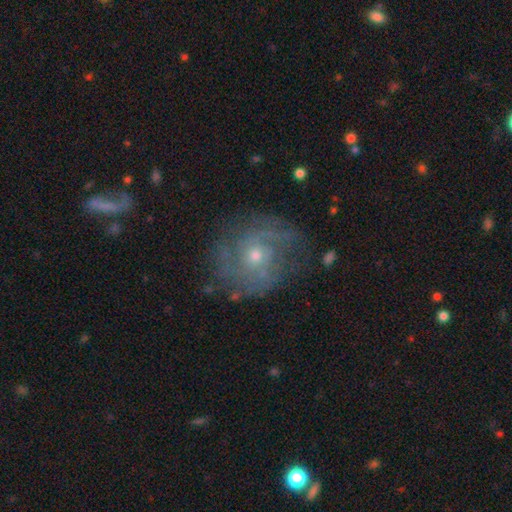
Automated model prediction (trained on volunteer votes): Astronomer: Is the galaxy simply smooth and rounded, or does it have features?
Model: featured or disk — 73%.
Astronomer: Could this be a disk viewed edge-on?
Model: no — 97%.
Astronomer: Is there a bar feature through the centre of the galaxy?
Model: no — 82%.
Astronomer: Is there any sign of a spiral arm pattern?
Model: yes — 84%.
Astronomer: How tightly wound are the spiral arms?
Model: tight — 49% (runner-up: medium, 36%).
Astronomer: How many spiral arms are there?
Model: can't tell — 37% (runner-up: 2, 31%).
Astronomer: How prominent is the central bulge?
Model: small — 61%.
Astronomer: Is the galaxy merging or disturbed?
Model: none — 67%.